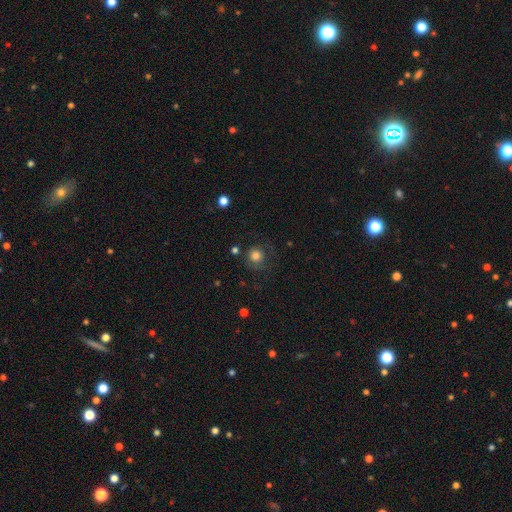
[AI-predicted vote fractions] The model was most divided on "merging": none: 69%, minor disturbance: 16%, major disturbance: 13%, merger: 2%. More confident: how rounded — round (91%); smooth or featured — smooth (74%).